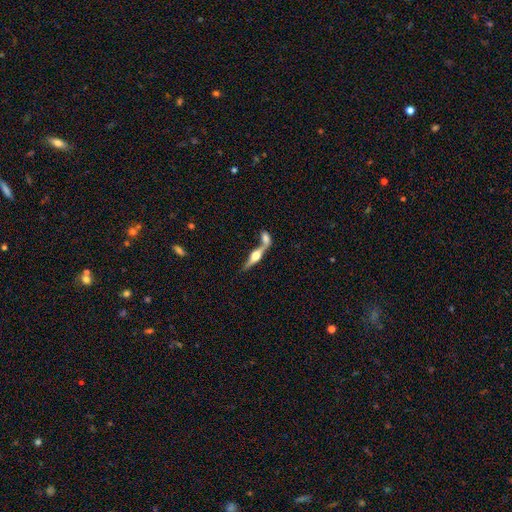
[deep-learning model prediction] This is likely a featured or disk galaxy (71%). It is clearly viewed edge-on (95%). Edge-on bulge: clearly rounded (95%). Merging: possibly none (47%).